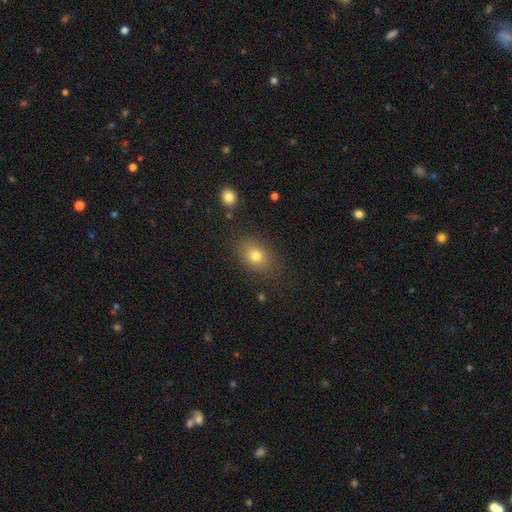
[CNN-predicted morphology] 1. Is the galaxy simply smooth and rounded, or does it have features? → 76% smooth, 12% featured or disk, 12% star or artifact.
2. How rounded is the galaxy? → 73% in between, 25% round, 2% cigar-shaped.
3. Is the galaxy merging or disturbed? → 79% none, 13% minor disturbance, 5% major disturbance, 2% merger.